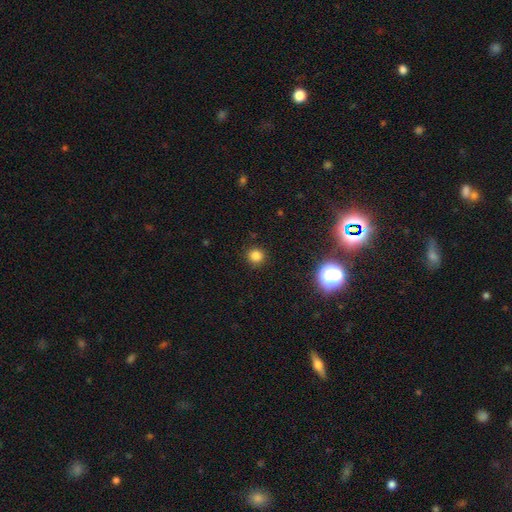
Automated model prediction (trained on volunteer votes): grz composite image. It shows a smooth galaxy with no disk features (80%) that is round (93%). Merging: none (91%).